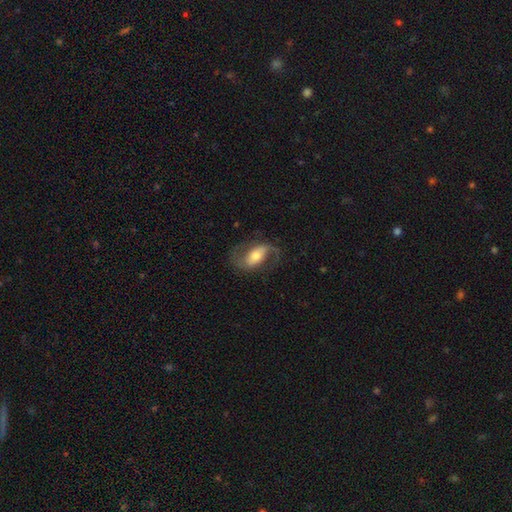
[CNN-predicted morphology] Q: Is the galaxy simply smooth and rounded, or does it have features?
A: featured or disk — 76%.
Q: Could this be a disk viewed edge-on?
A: no — 95%.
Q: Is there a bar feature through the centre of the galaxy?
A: weak — 37%.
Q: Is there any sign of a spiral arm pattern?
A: yes — 92%.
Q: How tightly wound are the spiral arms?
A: loose — 50%.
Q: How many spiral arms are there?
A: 2 — 88%.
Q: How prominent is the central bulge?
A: moderate — 60%.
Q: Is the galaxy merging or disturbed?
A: none — 71%.